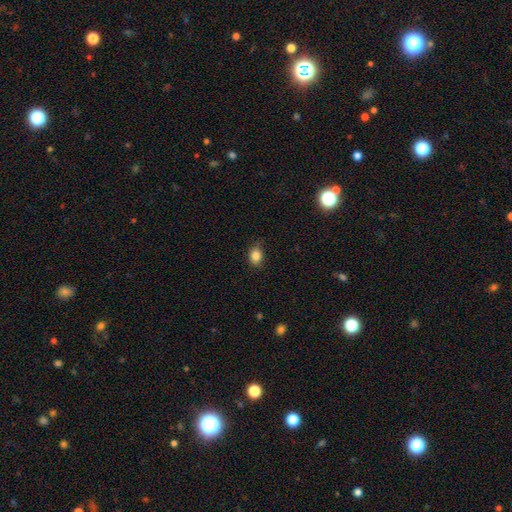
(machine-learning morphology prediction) This appears to be a smooth galaxy with no disk features (85%) that is in between round and cigar-shaped (63%). Merging: none (78%).